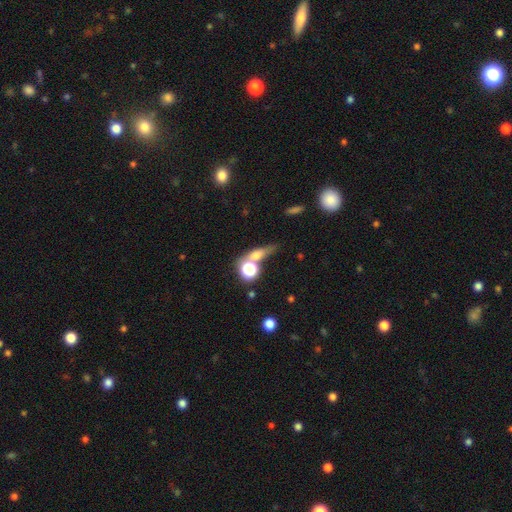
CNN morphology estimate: Smooth or featured? Predicted: smooth (p=0.56). How rounded? Predicted: round (p=0.40). Merging? Predicted: none (p=0.51).